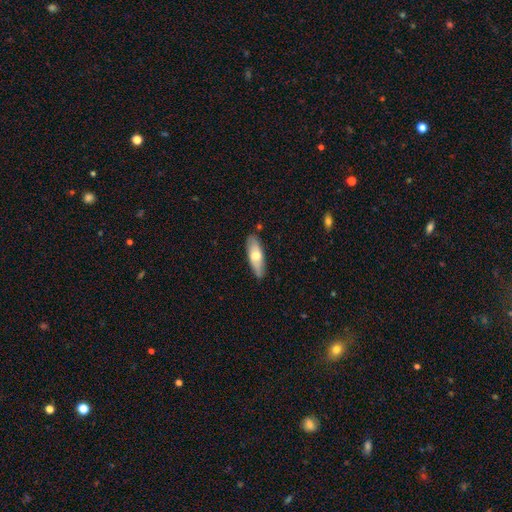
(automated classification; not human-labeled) This is possibly a smooth galaxy (58%). How rounded: likely in between (60%). Merging: clearly none (84%).